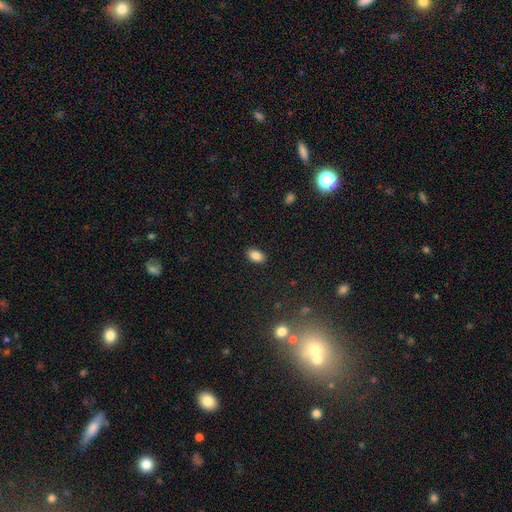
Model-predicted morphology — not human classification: smooth-or-featured: smooth: 85% | star or artifact: 9% | featured or disk: 6%
  how-rounded: in between: 90% | round: 8% | cigar-shaped: 2%
  merging: none: 88% | minor disturbance: 8% | major disturbance: 2% | merger: 1%